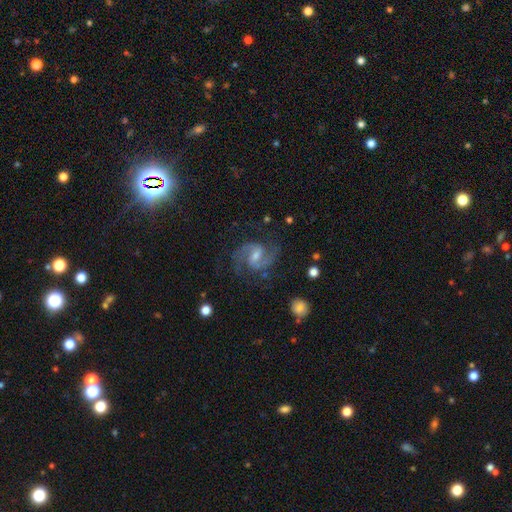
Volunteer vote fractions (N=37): Volunteers were most divided on "bulge size": small: 58%, moderate: 33%, none: 8%, dominant: 0%, large: 0%. More confident: edge-on disk — no (100%); spiral arms — yes (100%); smooth or featured — featured or disk (97%); spiral arm count — 2 (94%); spiral winding — medium (72%); merging — none (72%); bar — weak (69%).